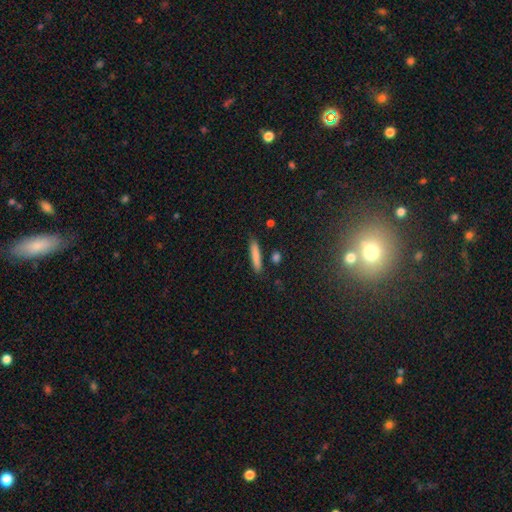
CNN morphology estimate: smooth-or-featured: smooth: 83% | featured or disk: 10% | star or artifact: 7%
  how-rounded: cigar-shaped: 90% | in between: 8% | round: 2%
  merging: none: 85% | minor disturbance: 10% | merger: 3% | major disturbance: 2%